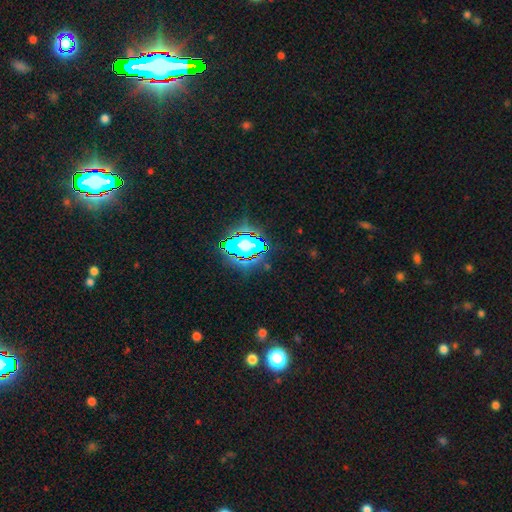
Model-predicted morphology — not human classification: Smooth or featured? star or artifact (83%)